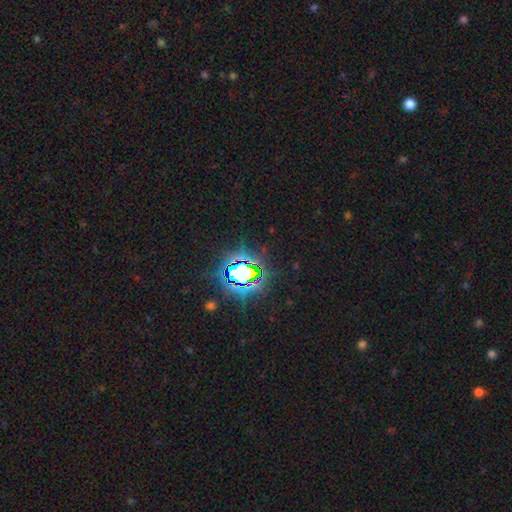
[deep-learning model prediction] This is clearly a star or artifact rather than a galaxy (83%).